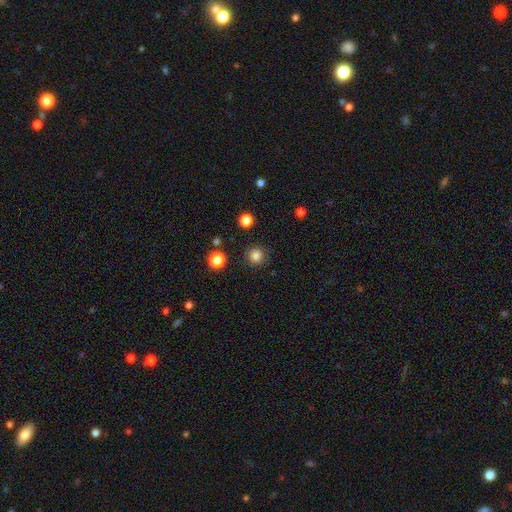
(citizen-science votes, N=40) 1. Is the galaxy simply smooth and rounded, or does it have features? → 90% smooth, 5% featured or disk, 5% star or artifact.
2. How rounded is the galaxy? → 100% round, 0% in between, 0% cigar-shaped.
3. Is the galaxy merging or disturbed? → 95% none, 3% minor disturbance, 3% merger, 0% major disturbance.